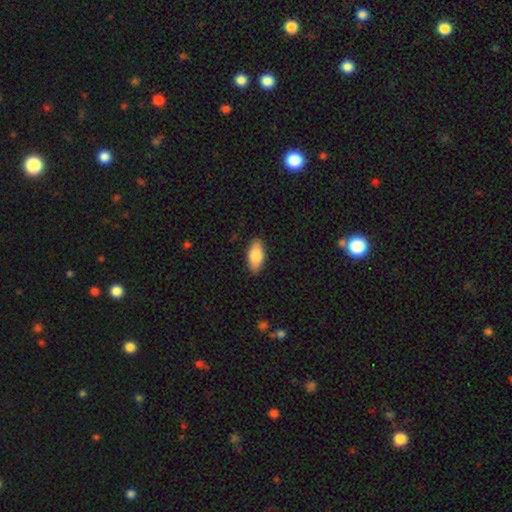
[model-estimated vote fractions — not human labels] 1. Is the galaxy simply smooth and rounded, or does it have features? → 82% smooth, 12% featured or disk, 6% star or artifact.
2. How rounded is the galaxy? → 90% in between, 8% cigar-shaped, 3% round.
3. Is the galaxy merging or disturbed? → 87% none, 10% minor disturbance, 2% major disturbance, 1% merger.